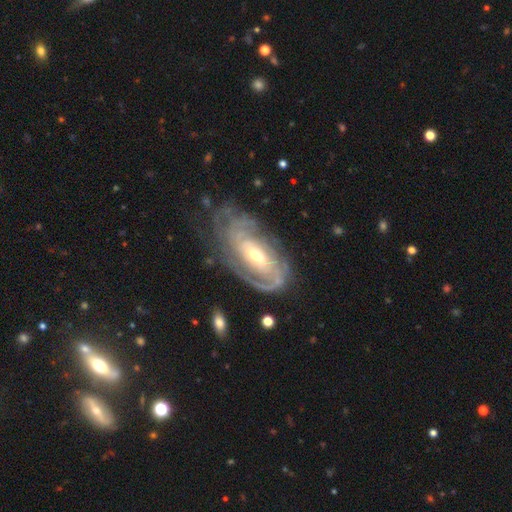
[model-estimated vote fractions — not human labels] This is clearly a featured or disk galaxy (88%). It is clearly not viewed edge-on (94%). Bar: marginally no (42%). Spiral arm pattern: clearly yes (95%). Spiral arm count: marginally 2 (35%). Spiral winding: likely tight (66%). Central bulge: possibly moderate (56%). Merging: likely none (67%).